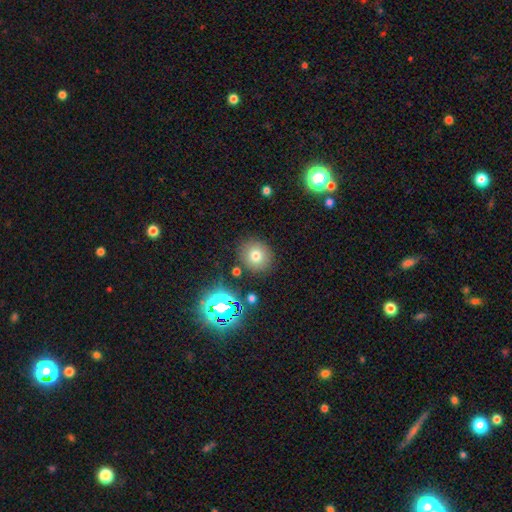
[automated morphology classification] Smooth or featured?
  - smooth: 72% *
  - star or artifact: 18%
  - featured or disk: 10%
How rounded?
  - round: 90% *
  - in between: 9%
  - cigar-shaped: 1%
Merging?
  - none: 86% *
  - minor disturbance: 8%
  - merger: 4%
  - major disturbance: 3%